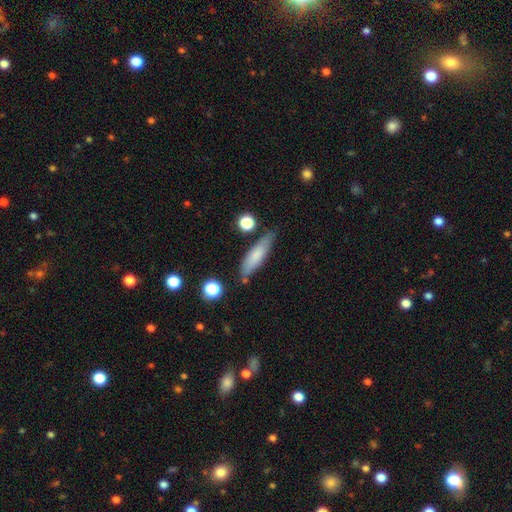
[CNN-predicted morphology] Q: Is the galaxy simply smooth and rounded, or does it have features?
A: smooth — 72%.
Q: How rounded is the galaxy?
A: cigar-shaped — 67%.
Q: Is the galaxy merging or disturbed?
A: none — 75%.